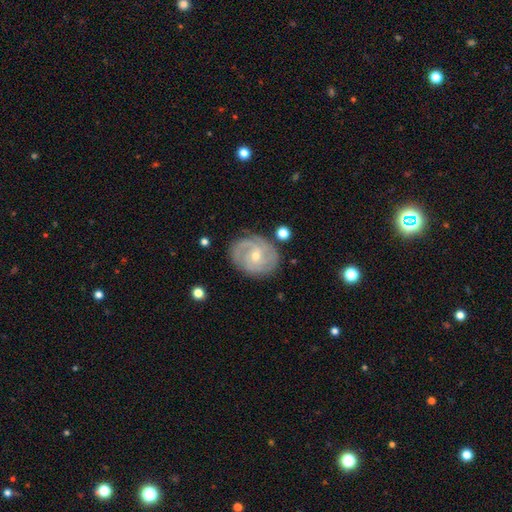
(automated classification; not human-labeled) smooth_or_featured: featured or disk (p=0.85) [alt: smooth p=0.09]
disk_edge_on: no (p=0.97) [alt: yes p=0.03]
bar: no (p=0.60) [alt: weak p=0.33]
has_spiral_arms: yes (p=0.96) [alt: no p=0.04]
spiral_winding: tight (p=0.60) [alt: medium p=0.32]
spiral_arm_count: 2 (p=0.36) [alt: 3 p=0.29]
bulge_size: small (p=0.62) [alt: moderate p=0.35]
merging: none (p=0.80) [alt: minor disturbance p=0.14]